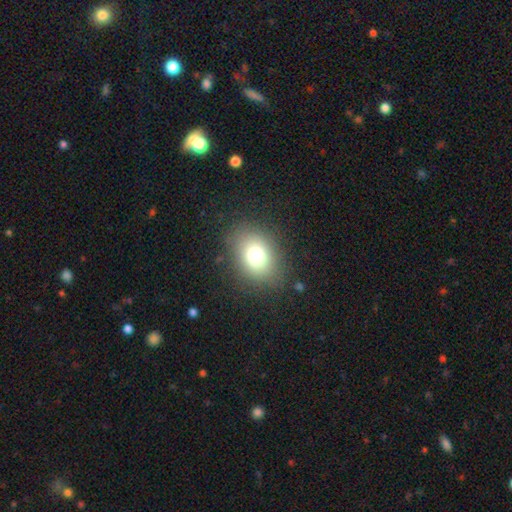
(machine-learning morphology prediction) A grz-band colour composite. It shows a smooth galaxy with no disk features (74%) that is in between round and cigar-shaped (52%). Merging: none (83%).